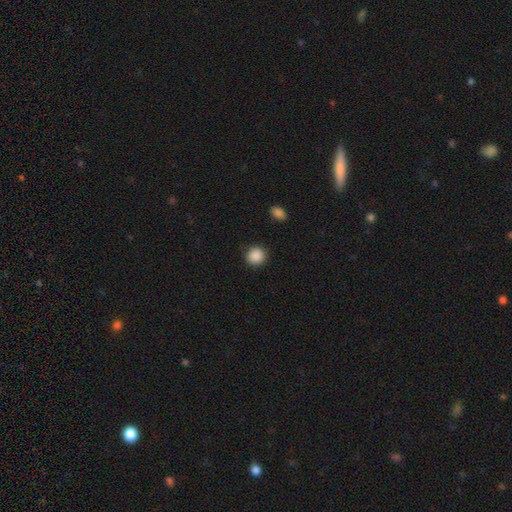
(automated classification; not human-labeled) This is clearly a smooth galaxy (89%). How rounded: clearly round (90%). Merging: clearly none (90%).